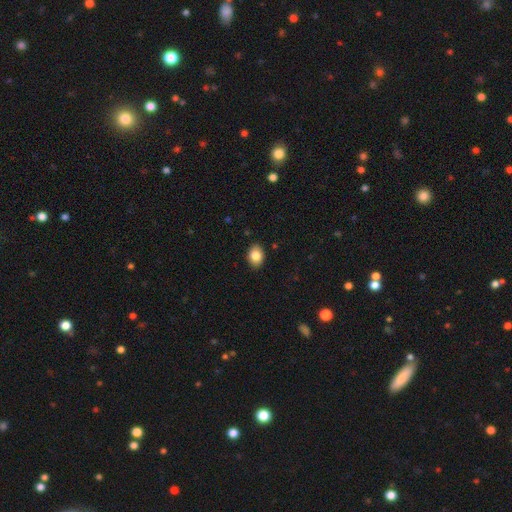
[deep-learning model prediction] Smooth or featured? smooth (85%)
How rounded? in between (71%)
Merging? none (89%)